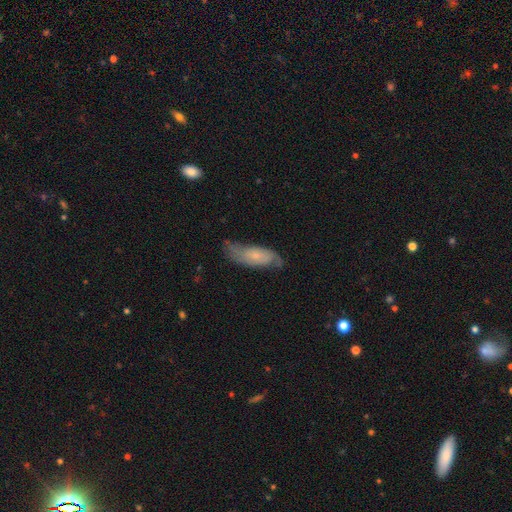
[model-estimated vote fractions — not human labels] This is possibly a featured or disk galaxy (54%). It is clearly not viewed edge-on (84%). Merging: possibly none (59%).